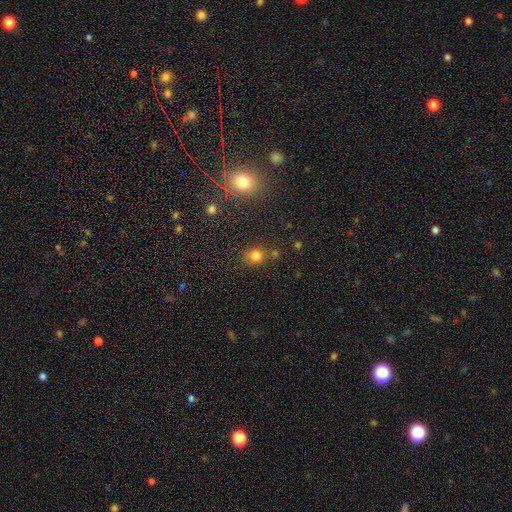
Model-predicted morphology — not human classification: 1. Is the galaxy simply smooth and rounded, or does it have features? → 76% smooth, 16% star or artifact, 7% featured or disk.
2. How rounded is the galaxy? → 64% round, 35% in between, 1% cigar-shaped.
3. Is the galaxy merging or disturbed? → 68% none, 16% minor disturbance, 11% merger, 5% major disturbance.